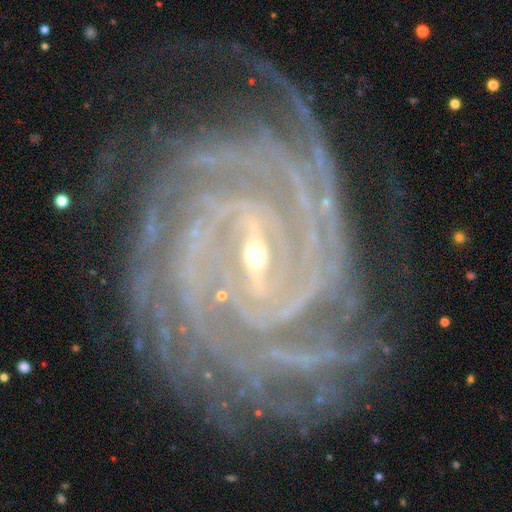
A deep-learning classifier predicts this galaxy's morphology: Q: Smooth or featured?
A: featured or disk (94%); runner-up: star or artifact (4%)
Q: Edge-on disk?
A: no (97%); runner-up: yes (3%)
Q: Bar?
A: strong (50%); runner-up: weak (36%)
Q: Spiral arms?
A: yes (99%); runner-up: no (1%)
Q: Spiral winding?
A: tight (80%); runner-up: medium (17%)
Q: Spiral arm count?
A: 4 (22%); runner-up: more than 4 (18%)
Q: Bulge size?
A: small (74%); runner-up: moderate (23%)
Q: Merging?
A: none (73%); runner-up: minor disturbance (17%)